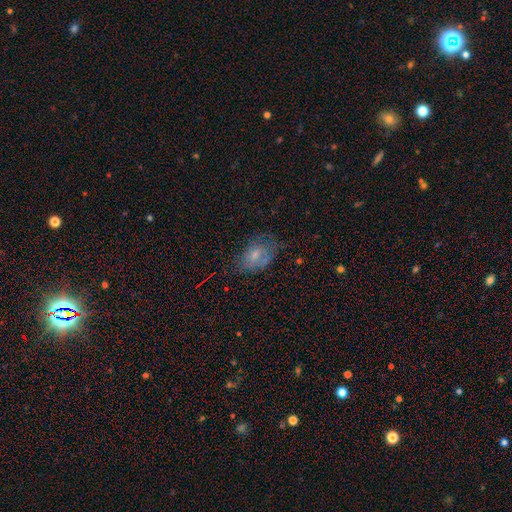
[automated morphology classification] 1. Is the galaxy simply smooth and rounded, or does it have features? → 50% smooth, 37% featured or disk, 13% star or artifact.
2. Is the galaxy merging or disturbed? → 53% none, 27% minor disturbance, 18% major disturbance, 2% merger.